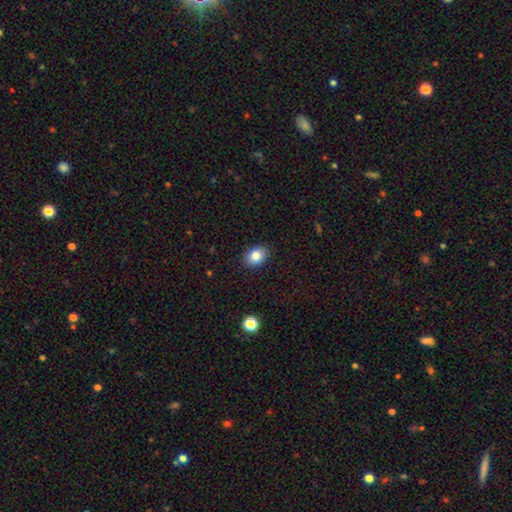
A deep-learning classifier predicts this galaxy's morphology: Smooth or featured? Predicted: smooth (p=0.84). How rounded? Predicted: in between (p=0.73). Merging? Predicted: none (p=0.89).